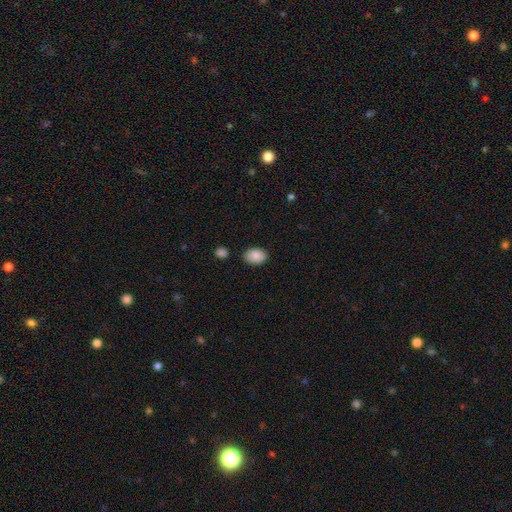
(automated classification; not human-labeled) smooth-or-featured: smooth: 88% | star or artifact: 7% | featured or disk: 5%
  how-rounded: in between: 83% | round: 16% | cigar-shaped: 1%
  merging: none: 84% | minor disturbance: 11% | merger: 3% | major disturbance: 2%